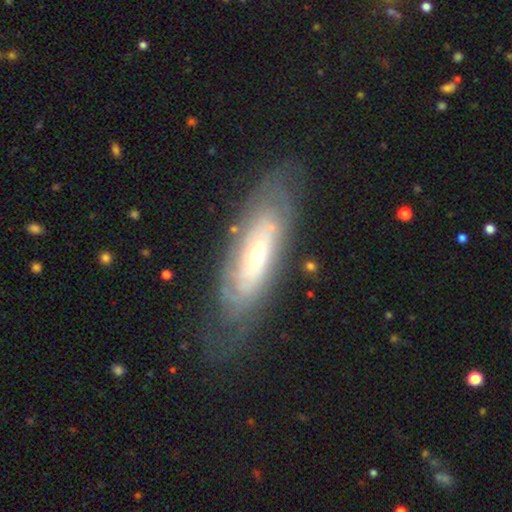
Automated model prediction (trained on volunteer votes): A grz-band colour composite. It shows a featured or disk galaxy (72%) with no bar (79%), spiral arms (74%) and a small central bulge (66%). Merging: none (73%).